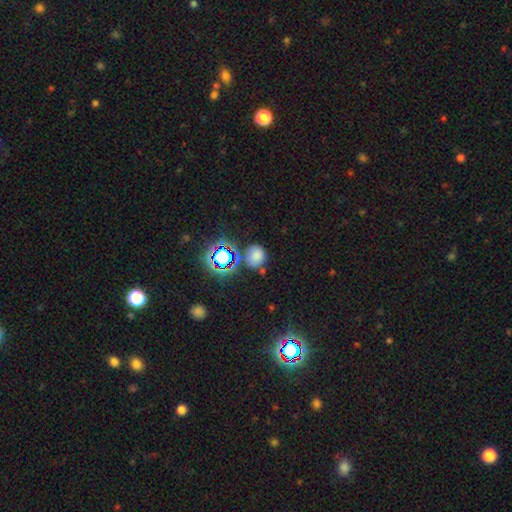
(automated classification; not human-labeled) Smooth or featured: smooth — 68% (star or artifact — 25%)
How rounded: round — 81% (in between — 18%)
Merging: none — 72% (minor disturbance — 15%)